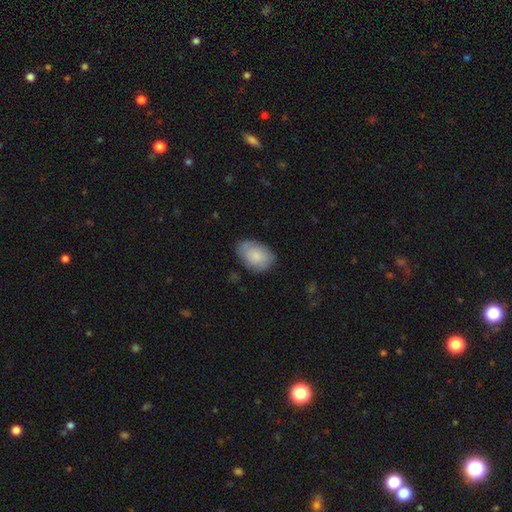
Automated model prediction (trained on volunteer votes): This appears to be a smooth galaxy with no disk features (82%) that is in between round and cigar-shaped (87%). Merging: none (73%).